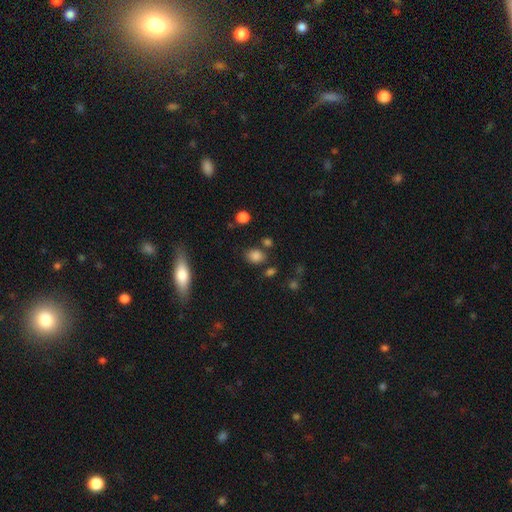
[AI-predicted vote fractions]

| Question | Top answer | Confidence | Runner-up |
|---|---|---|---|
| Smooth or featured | smooth | 83% | star or artifact (12%) |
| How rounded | in between | 60% | round (38%) |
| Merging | none | 74% | minor disturbance (14%) |